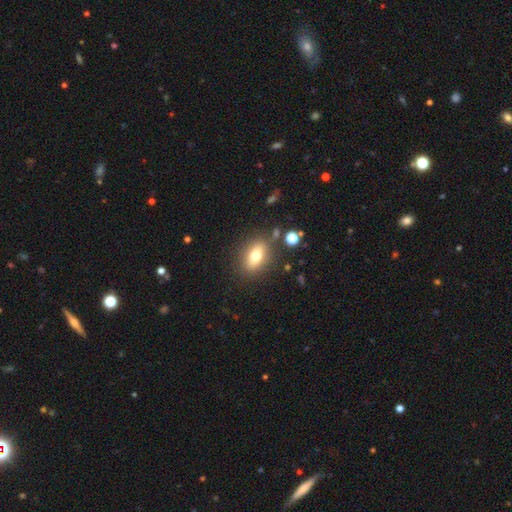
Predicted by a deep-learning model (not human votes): smooth_or_featured: smooth (p=0.71) [alt: featured or disk p=0.20]
how_rounded: in between (p=0.78) [alt: round p=0.15]
merging: none (p=0.82) [alt: minor disturbance p=0.10]